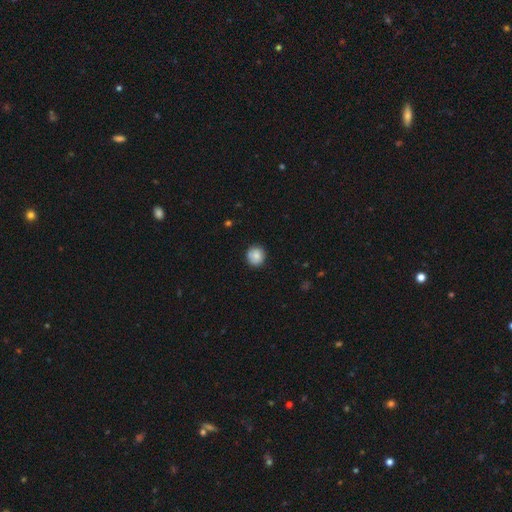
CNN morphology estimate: Smooth or featured: smooth — 82% (featured or disk — 10%)
How rounded: round — 88% (in between — 11%)
Merging: none — 83% (minor disturbance — 13%)